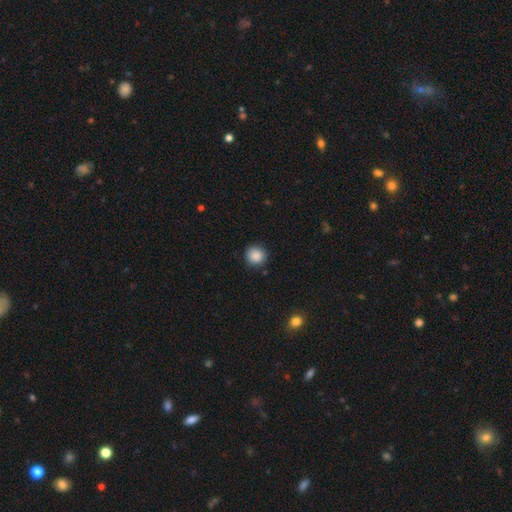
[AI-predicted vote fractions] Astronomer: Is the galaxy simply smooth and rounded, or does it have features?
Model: smooth — 88%.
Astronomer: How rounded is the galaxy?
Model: round — 92%.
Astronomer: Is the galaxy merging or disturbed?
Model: none — 88%.